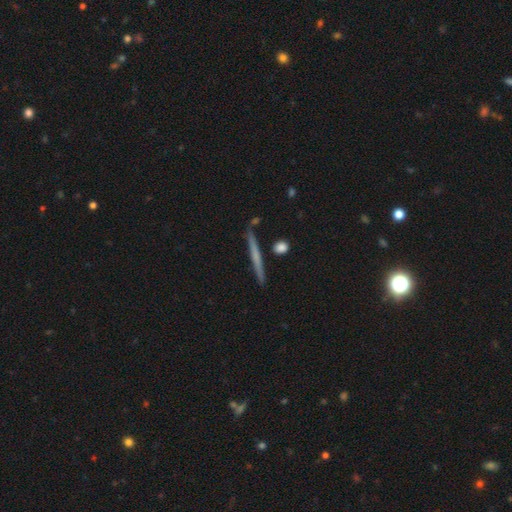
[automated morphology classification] type=smooth (47%, tied with featured or disk); merging=none (87%).